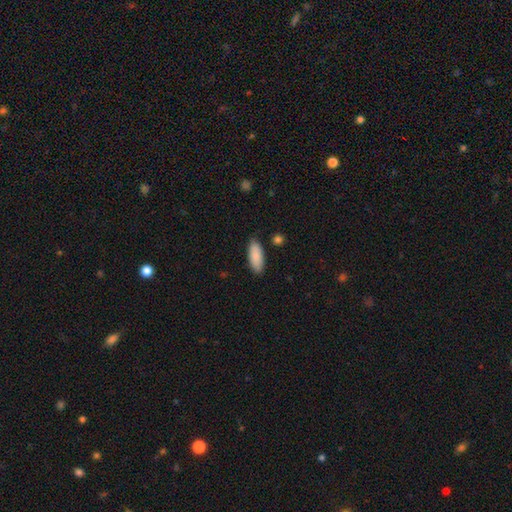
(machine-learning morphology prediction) A smooth galaxy with no disk features (88%) that is in between round and cigar-shaped (78%). Merging: none (84%).